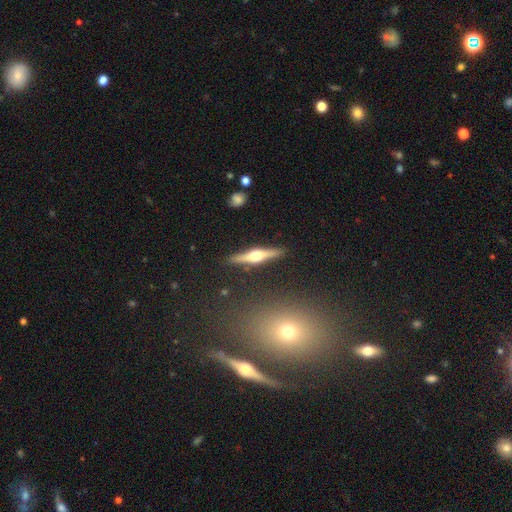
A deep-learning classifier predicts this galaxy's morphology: featured or disk 70%, smooth 24%, star or artifact 5%. Down the decision tree: edge-on disk — yes (97%); edge-on bulge — rounded (91%); merging — none (89%).